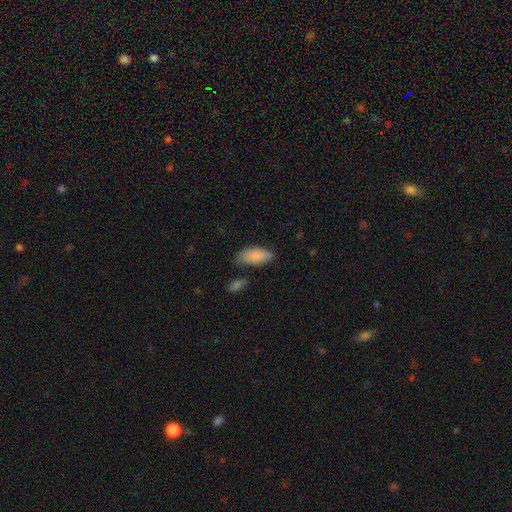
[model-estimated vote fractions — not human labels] Smooth or featured: smooth — 87% (featured or disk — 6%)
How rounded: in between — 88% (cigar-shaped — 10%)
Merging: none — 64% (minor disturbance — 26%)